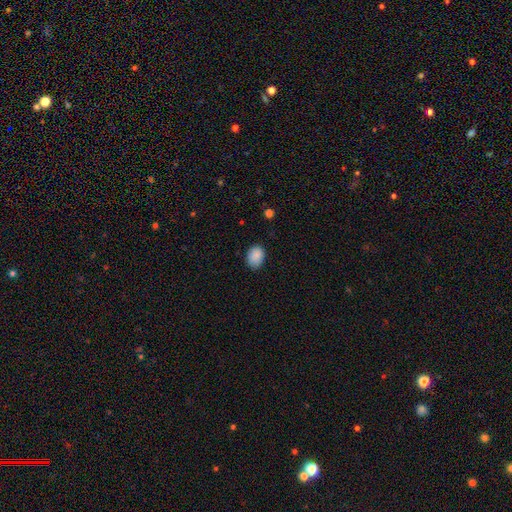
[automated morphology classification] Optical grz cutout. It shows a smooth galaxy with no disk features (88%) that is in between round and cigar-shaped (72%). Merging: none (77%).